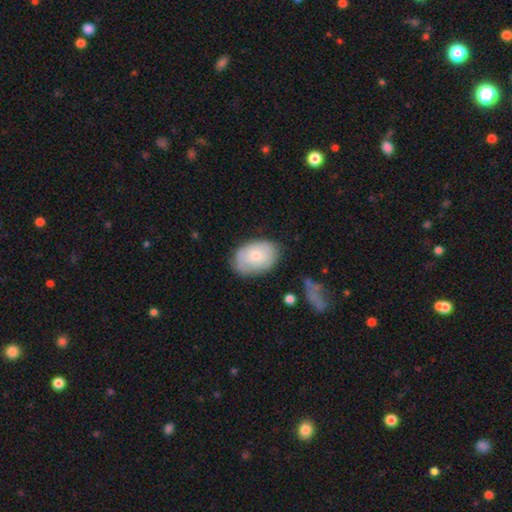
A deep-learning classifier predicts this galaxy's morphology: The model was most divided on "smooth or featured": smooth: 62%, featured or disk: 32%, star or artifact: 6%. More confident: how rounded — in between (82%); merging — none (72%).